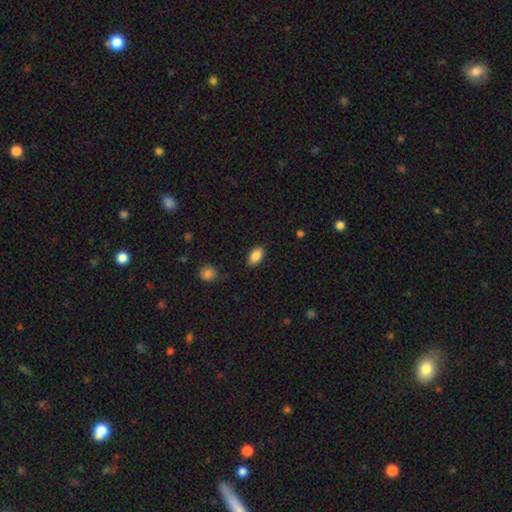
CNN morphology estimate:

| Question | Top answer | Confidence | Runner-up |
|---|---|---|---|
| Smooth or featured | smooth | 87% | star or artifact (8%) |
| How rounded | in between | 91% | round (7%) |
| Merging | none | 84% | minor disturbance (12%) |